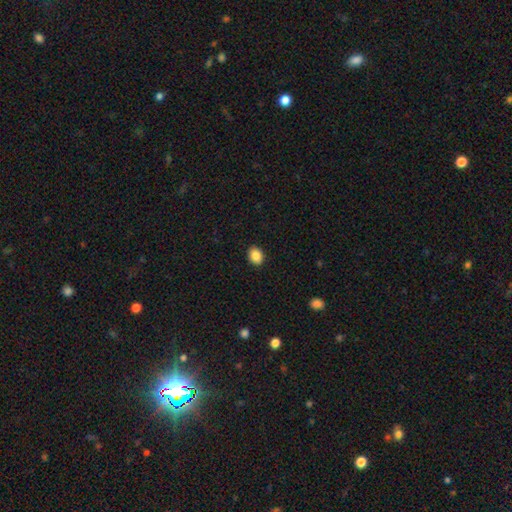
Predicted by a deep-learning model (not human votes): A smooth galaxy with no disk features (88%) that is in between round and cigar-shaped (55%). Merging: none (91%).